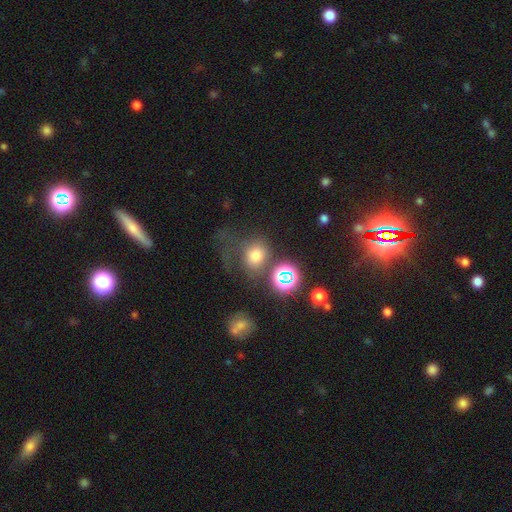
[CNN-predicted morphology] Smooth or featured: smooth — 67% (star or artifact — 21%)
How rounded: round — 73% (in between — 26%)
Merging: none — 44% (major disturbance — 25%)